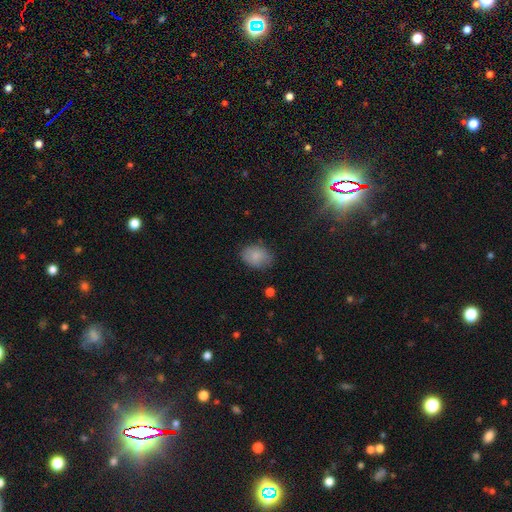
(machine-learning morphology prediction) Smooth or featured: smooth — 83% (featured or disk — 8%)
How rounded: in between — 71% (round — 28%)
Merging: none — 73% (minor disturbance — 21%)